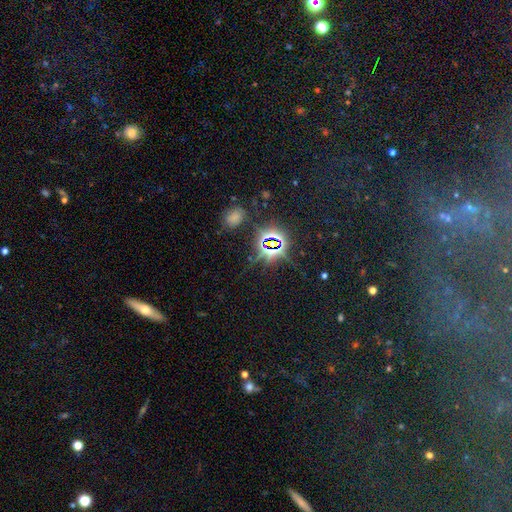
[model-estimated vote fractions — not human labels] Overall: star or artifact (69%).